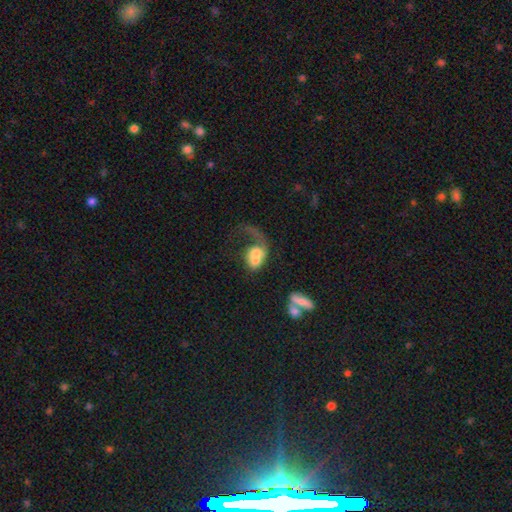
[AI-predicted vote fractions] A smooth galaxy with no disk features (51%) that is in between round and cigar-shaped (63%). Merging: merger (47%).